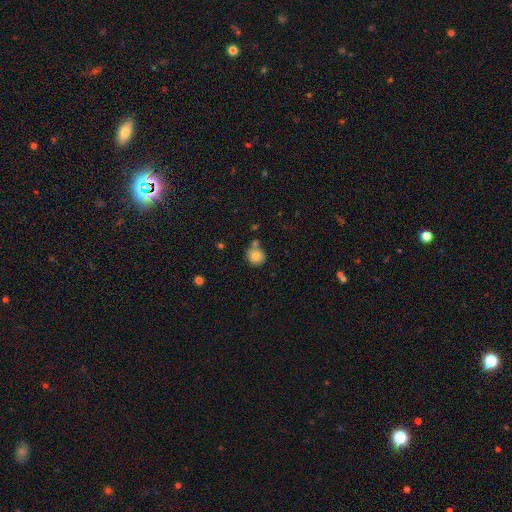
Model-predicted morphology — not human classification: type=smooth (81%); roundness=round (89%); merging=none (66%).